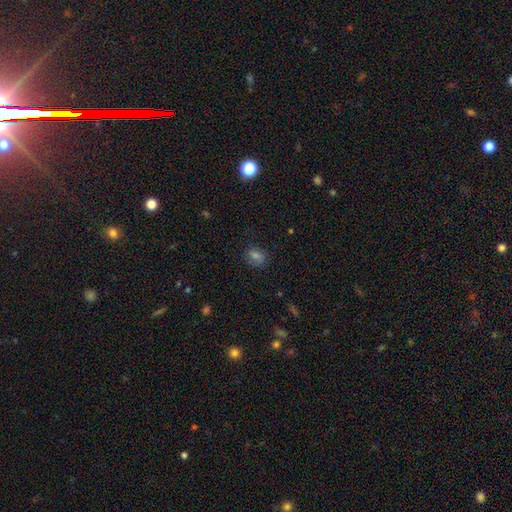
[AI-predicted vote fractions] This appears to be a smooth galaxy with no disk features (53%) that is round (51%). Merging: none (77%).